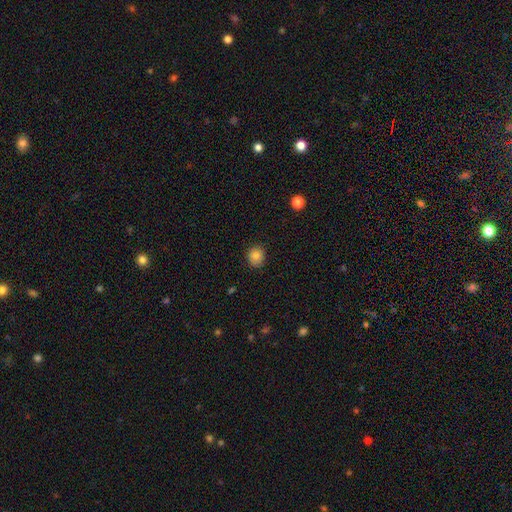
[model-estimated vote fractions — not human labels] smooth-or-featured: smooth: 83% | star or artifact: 10% | featured or disk: 7%
  how-rounded: round: 82% | in between: 17% | cigar-shaped: 1%
  merging: none: 87% | minor disturbance: 10% | major disturbance: 2% | merger: 1%